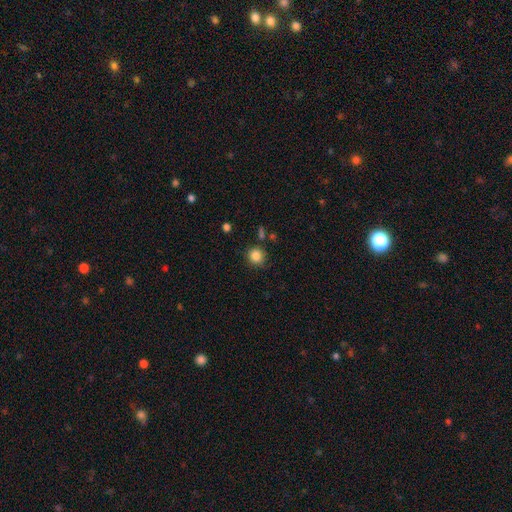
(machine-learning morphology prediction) Smooth or featured? smooth (85%)
How rounded? round (88%)
Merging? none (84%)